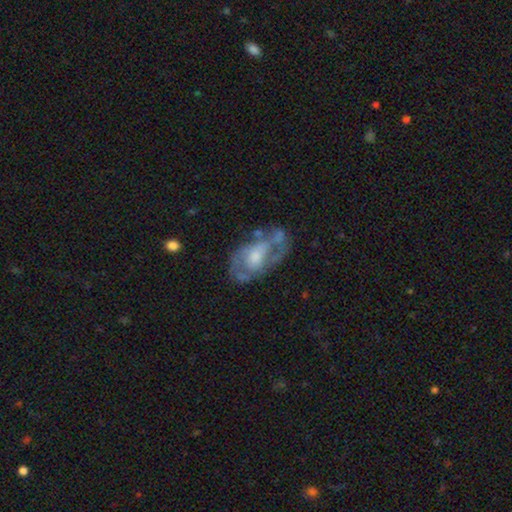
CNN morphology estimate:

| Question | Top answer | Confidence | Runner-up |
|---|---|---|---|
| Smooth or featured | featured or disk | 72% | smooth (22%) |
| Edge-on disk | no | 95% | yes (5%) |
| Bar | no | 64% | weak (29%) |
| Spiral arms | yes | 63% | no (37%) |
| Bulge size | moderate | 50% | small (25%) |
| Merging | none | 48% | minor disturbance (24%) |